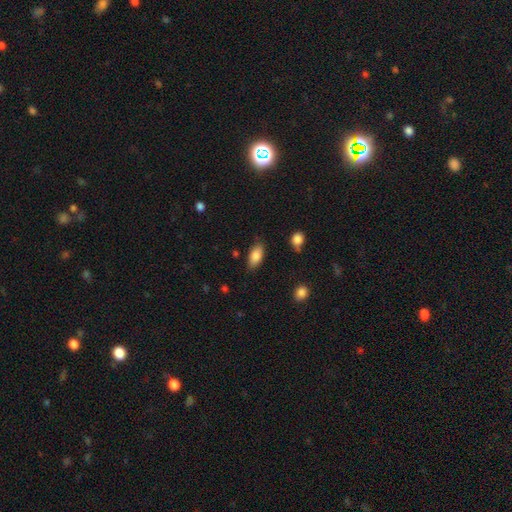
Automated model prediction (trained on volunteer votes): Q: Smooth or featured?
A: smooth (85%); runner-up: featured or disk (8%)
Q: How rounded?
A: in between (89%); runner-up: cigar-shaped (8%)
Q: Merging?
A: none (80%); runner-up: minor disturbance (15%)